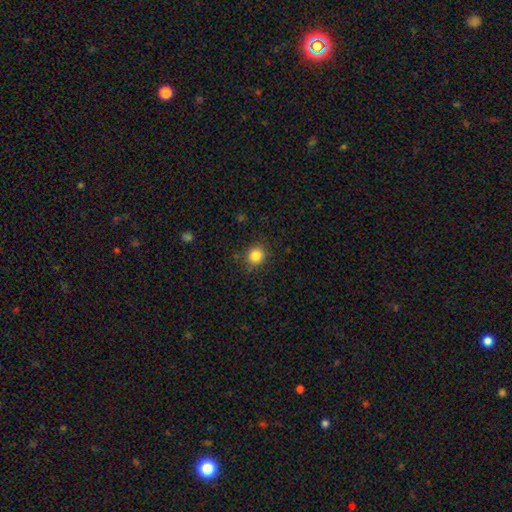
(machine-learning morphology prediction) Overall: smooth (85%). How rounded: round (88%). Merging: none (87%).